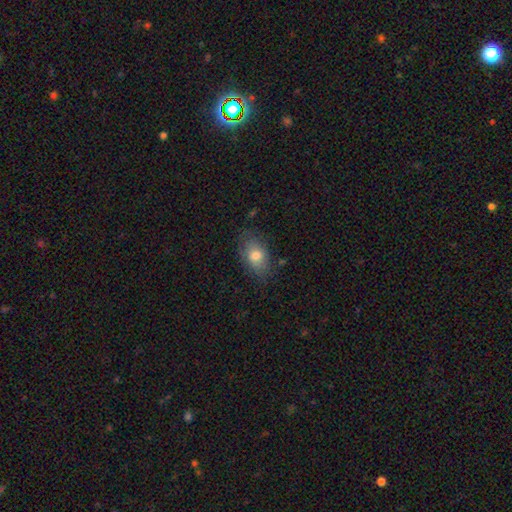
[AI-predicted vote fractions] Smooth or featured?
  - smooth: 75% *
  - featured or disk: 16%
  - star or artifact: 9%
How rounded?
  - in between: 84% *
  - round: 13%
  - cigar-shaped: 3%
Merging?
  - none: 76% *
  - minor disturbance: 18%
  - major disturbance: 4%
  - merger: 2%